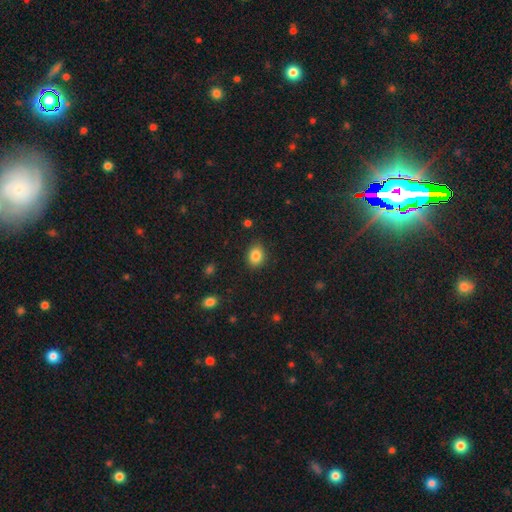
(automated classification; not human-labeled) Smooth or featured? smooth (85%)
How rounded? in between (55%)
Merging? none (87%)